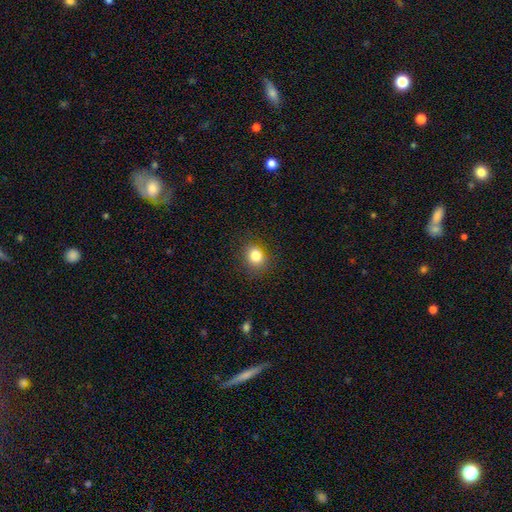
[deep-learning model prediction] Smooth or featured? smooth (83%)
How rounded? round (69%)
Merging? none (85%)